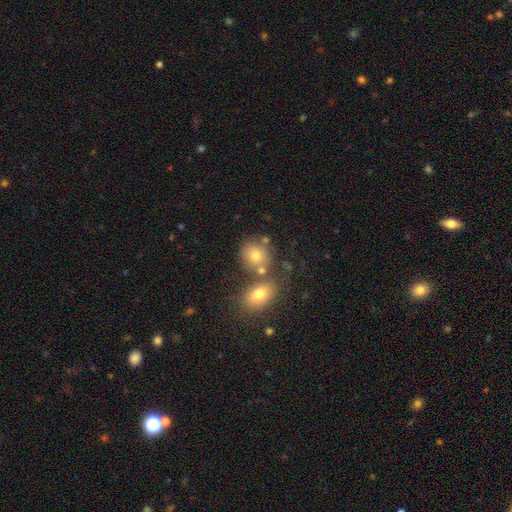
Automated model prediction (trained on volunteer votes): smooth 71%, featured or disk 16%, star or artifact 13%. Down the decision tree: how rounded — round (66%); merging — none (56%).